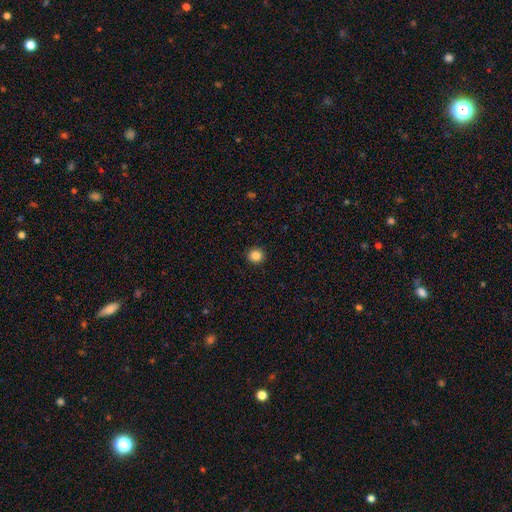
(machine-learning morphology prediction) Q: Smooth or featured?
A: smooth (85%); runner-up: star or artifact (11%)
Q: How rounded?
A: round (93%); runner-up: in between (6%)
Q: Merging?
A: none (93%); runner-up: minor disturbance (4%)